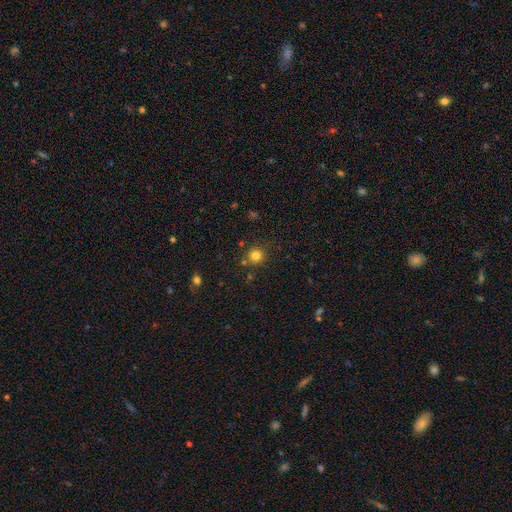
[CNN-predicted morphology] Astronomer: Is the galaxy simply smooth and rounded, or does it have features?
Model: smooth — 80%.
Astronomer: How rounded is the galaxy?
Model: round — 93%.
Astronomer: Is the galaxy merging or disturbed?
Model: none — 84%.